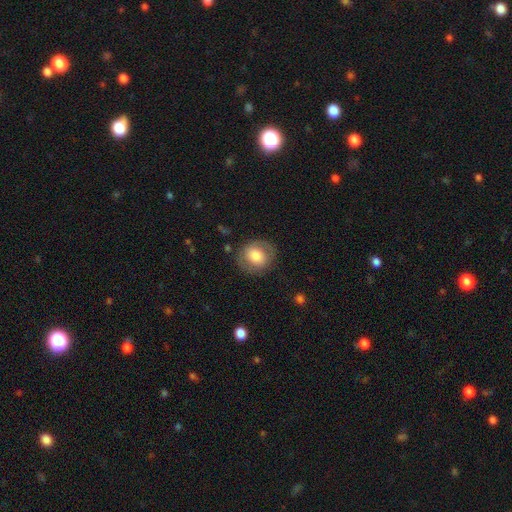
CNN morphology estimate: This is likely a smooth galaxy (66%). How rounded: likely round (76%). Merging: clearly none (81%).